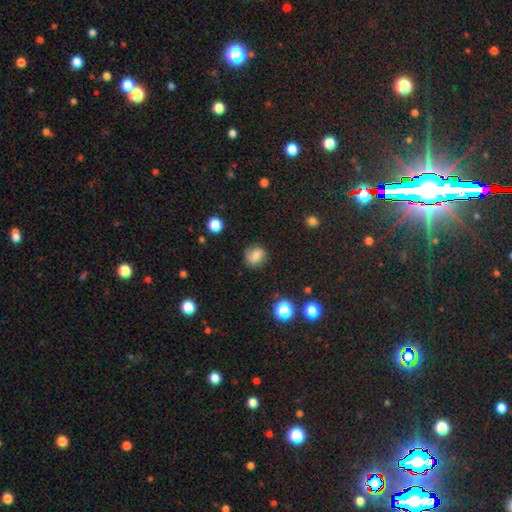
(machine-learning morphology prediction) smooth_or_featured: smooth (p=0.76) [alt: star or artifact p=0.12]
how_rounded: round (p=0.68) [alt: in between p=0.31]
merging: none (p=0.78) [alt: minor disturbance p=0.15]